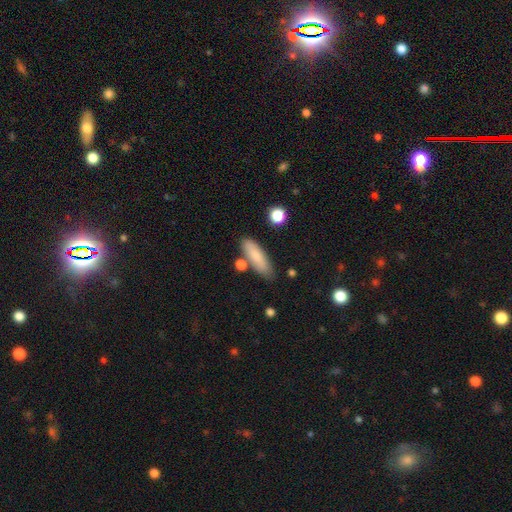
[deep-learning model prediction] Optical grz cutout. It shows a smooth galaxy with no disk features (81%) that is cigar-shaped (51%). Merging: none (75%).